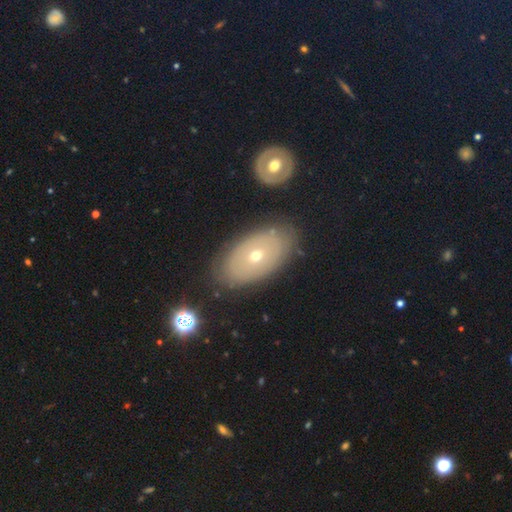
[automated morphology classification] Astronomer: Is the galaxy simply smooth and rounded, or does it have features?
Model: smooth — 45% (runner-up: featured or disk, 43%).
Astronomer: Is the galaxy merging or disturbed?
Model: none — 80%.